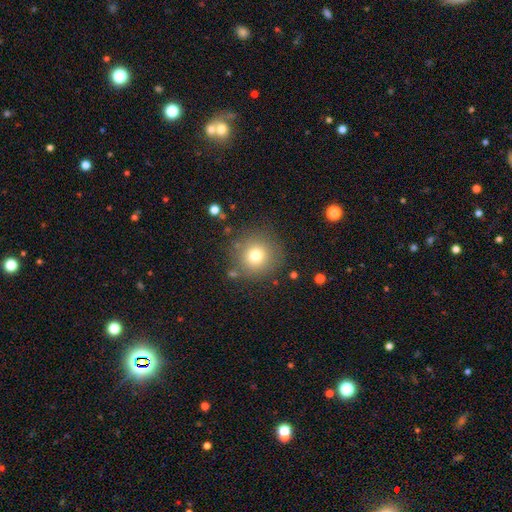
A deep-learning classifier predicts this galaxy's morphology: Overall: smooth (75%). How rounded: round (94%). Merging: none (83%).